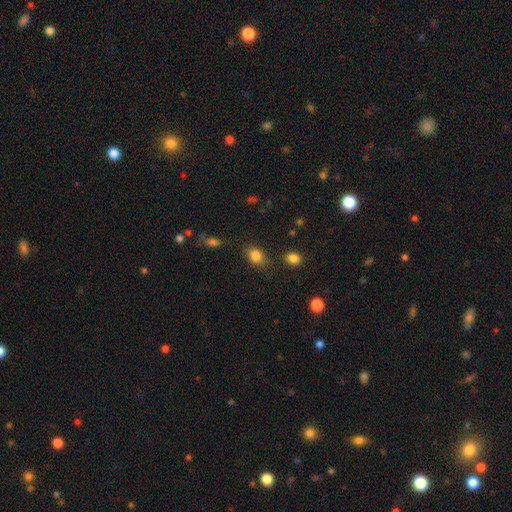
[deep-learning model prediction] A smooth galaxy with no disk features (84%) that is in between round and cigar-shaped (66%).

Vote fractions:
- Smooth or featured? smooth: 84% / star or artifact: 11% / featured or disk: 6%
- How rounded? in between: 66% / round: 32% / cigar-shaped: 1%
- Merging? none: 74% / minor disturbance: 17% / major disturbance: 5% / merger: 4%